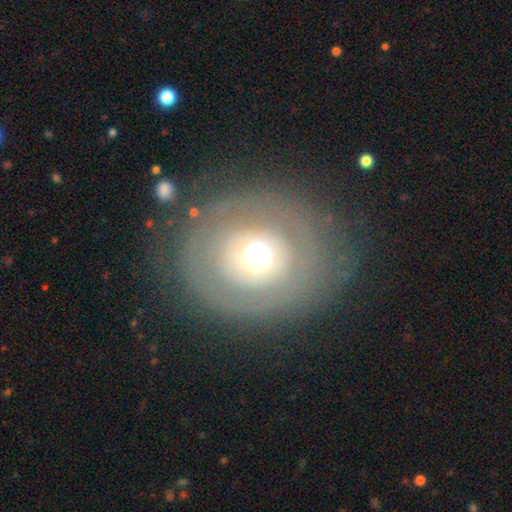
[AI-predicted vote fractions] This appears to be a smooth galaxy with no disk features (46%). Merging: none (75%).